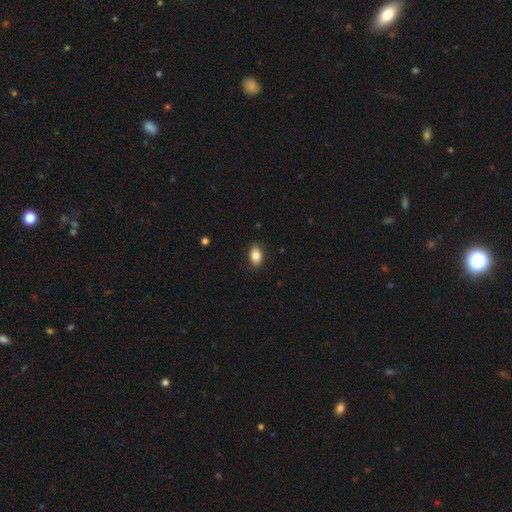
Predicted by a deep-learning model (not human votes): This appears to be a smooth galaxy with no disk features (85%) that is in between round and cigar-shaped (87%). Merging: none (88%).